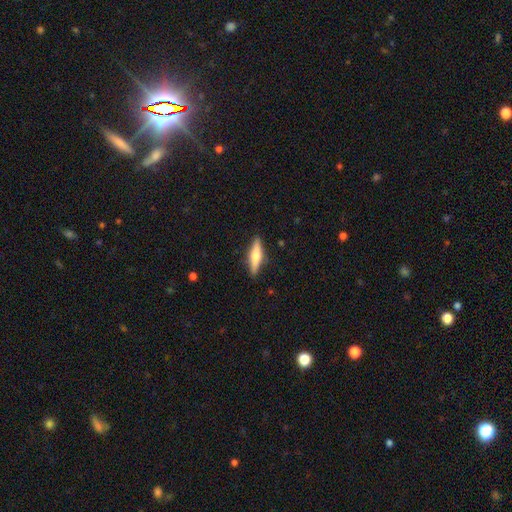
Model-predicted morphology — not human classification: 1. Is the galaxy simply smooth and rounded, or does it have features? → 49% smooth, 45% featured or disk, 6% star or artifact.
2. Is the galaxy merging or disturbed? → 89% none, 8% minor disturbance, 2% major disturbance, 1% merger.